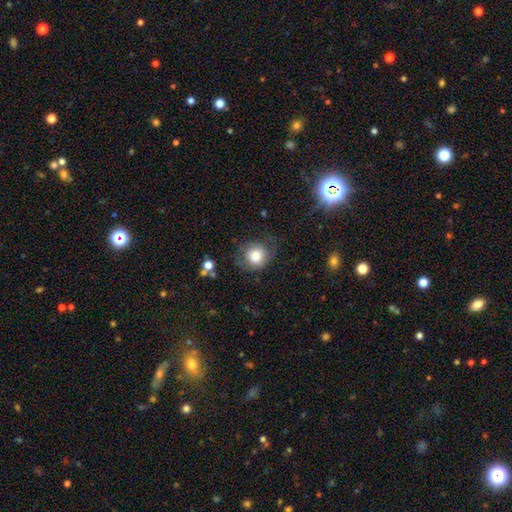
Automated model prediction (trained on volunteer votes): smooth 78%, featured or disk 13%, star or artifact 9%. Down the decision tree: how rounded — round (83%); merging — none (62%).